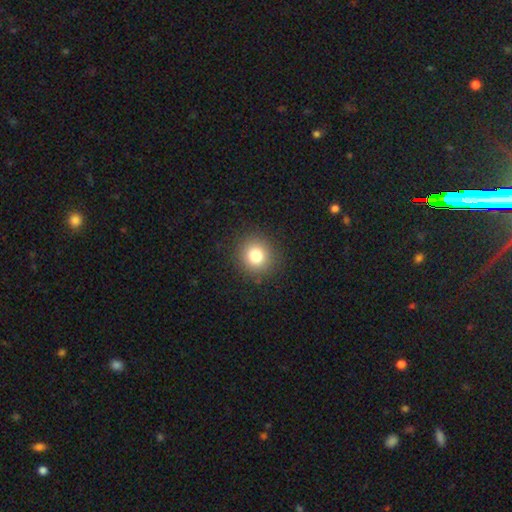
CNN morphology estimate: A smooth galaxy with no disk features (79%) that is round (90%). Merging: none (90%).